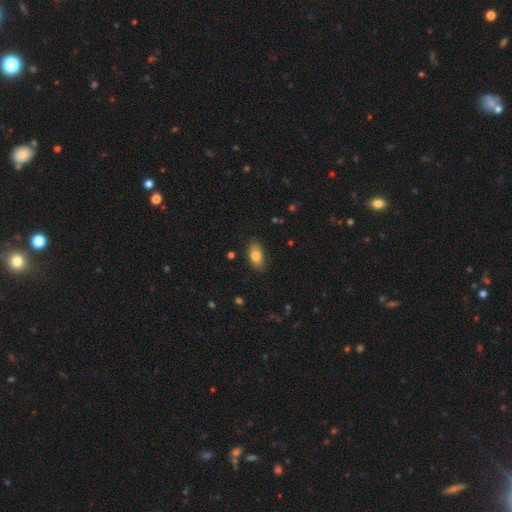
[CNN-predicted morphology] Smooth or featured?
  - smooth: 82% *
  - featured or disk: 10%
  - star or artifact: 8%
How rounded?
  - in between: 90% *
  - cigar-shaped: 5%
  - round: 5%
Merging?
  - none: 85% *
  - minor disturbance: 11%
  - major disturbance: 2%
  - merger: 1%